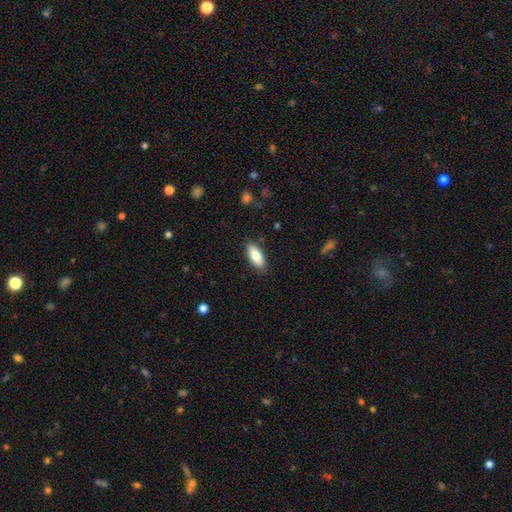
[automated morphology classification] type=smooth (82%); roundness=in between (80%); merging=none (87%).